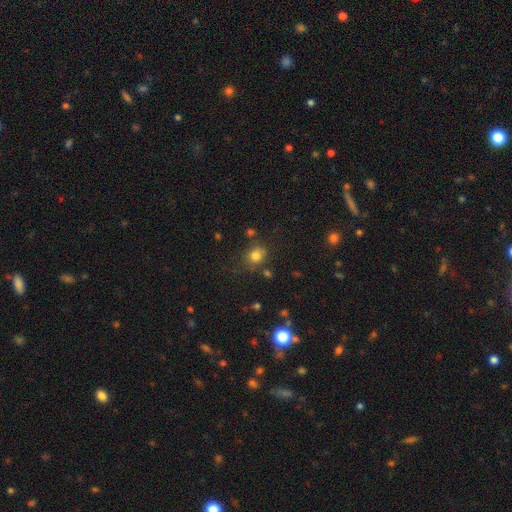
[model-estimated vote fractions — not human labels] smooth-or-featured: smooth: 78% | star or artifact: 14% | featured or disk: 8%
  how-rounded: round: 62% | in between: 37% | cigar-shaped: 1%
  merging: none: 72% | minor disturbance: 16% | merger: 6% | major disturbance: 6%